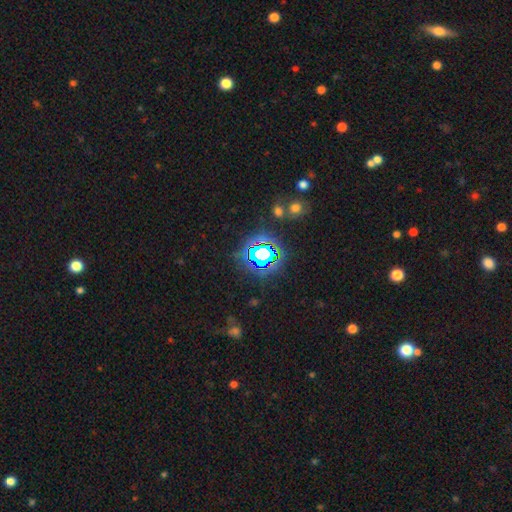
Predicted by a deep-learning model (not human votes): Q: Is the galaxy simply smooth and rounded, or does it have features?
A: star or artifact — 81%.